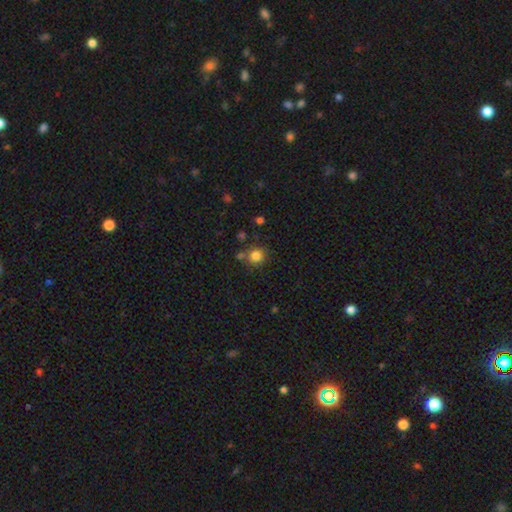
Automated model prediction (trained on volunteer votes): A smooth galaxy with no disk features (82%) that is round (90%).

Vote fractions:
- Smooth or featured? smooth: 82% / star or artifact: 12% / featured or disk: 6%
- How rounded? round: 90% / in between: 9% / cigar-shaped: 1%
- Merging? none: 72% / merger: 12% / minor disturbance: 11% / major disturbance: 4%